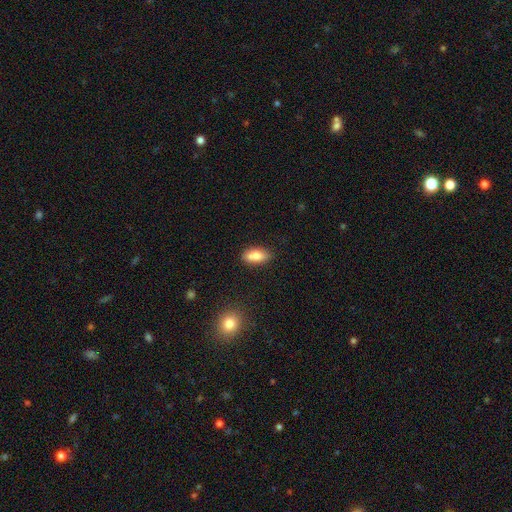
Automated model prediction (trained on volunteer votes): smooth 77%, featured or disk 15%, star or artifact 8%. Down the decision tree: how rounded — in between (84%); merging — none (69%).